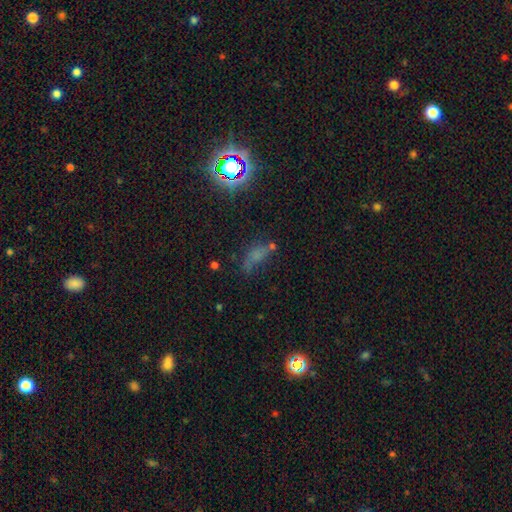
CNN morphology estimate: A smooth galaxy with no disk features (48%). Merging: none (43%).